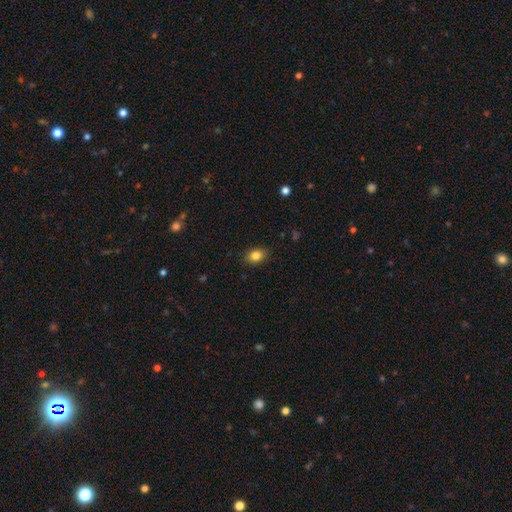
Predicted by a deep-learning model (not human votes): The model was most divided on "how rounded": in between: 68%, round: 30%, cigar-shaped: 1%. More confident: merging — none (86%); smooth or featured — smooth (84%).